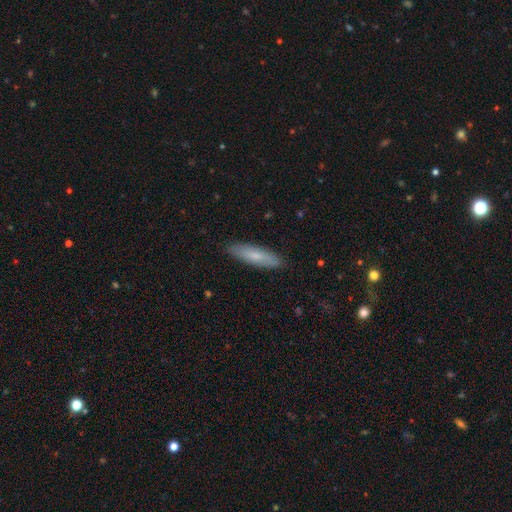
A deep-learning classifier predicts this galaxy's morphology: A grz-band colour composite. It shows a smooth galaxy with no disk features (73%) that is cigar-shaped (68%). Merging: none (88%).